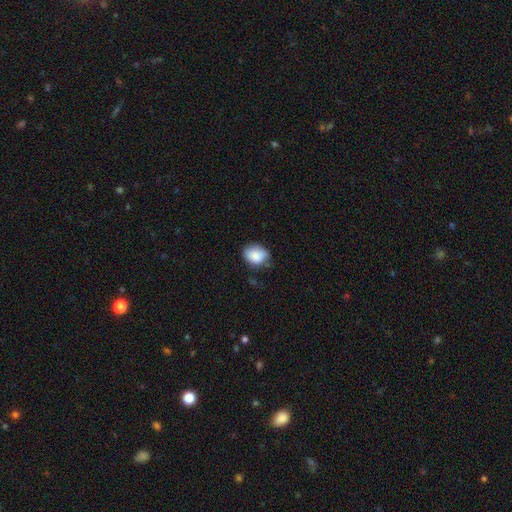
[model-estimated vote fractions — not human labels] Smooth or featured: smooth — 85% (star or artifact — 8%)
How rounded: in between — 63% (round — 36%)
Merging: none — 64% (minor disturbance — 29%)